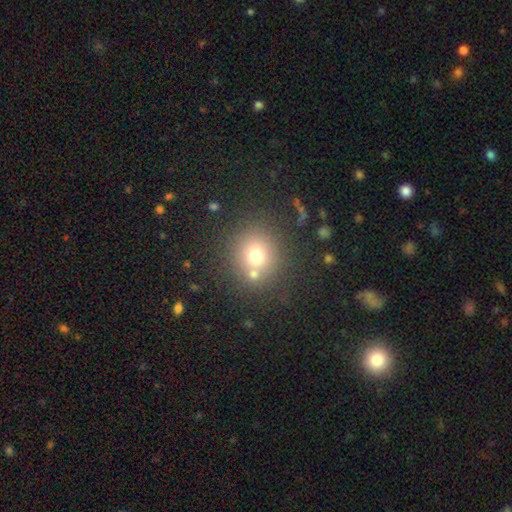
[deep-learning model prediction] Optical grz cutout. It shows a smooth galaxy with no disk features (71%) that is round (85%). Merging: none (70%).